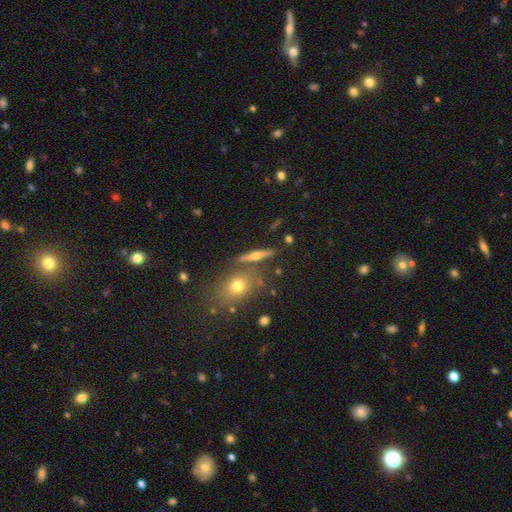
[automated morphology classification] The model was most divided on "smooth or featured": featured or disk: 56%, smooth: 33%, star or artifact: 11%. More confident: edge-on disk — yes (91%); edge-on bulge — rounded (91%); merging — none (77%).